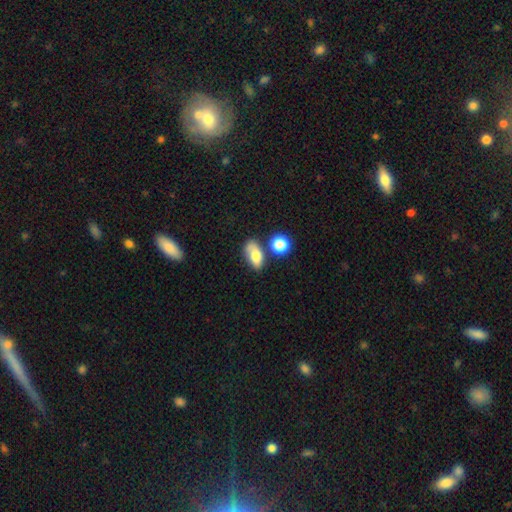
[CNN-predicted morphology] This appears to be a smooth galaxy with no disk features (71%) that is in between round and cigar-shaped (83%). Merging: none (51%).